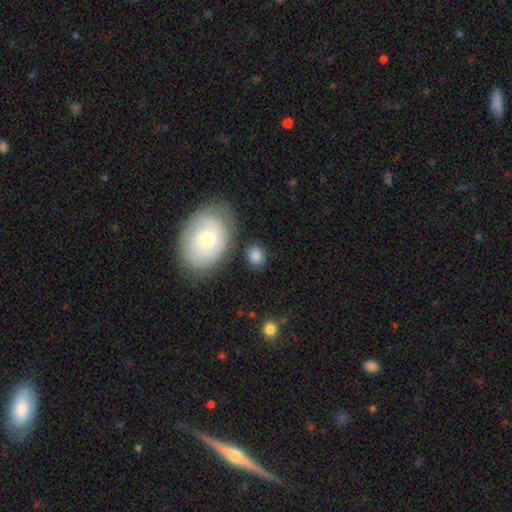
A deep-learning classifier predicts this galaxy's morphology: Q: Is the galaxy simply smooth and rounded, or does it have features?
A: smooth — 81%.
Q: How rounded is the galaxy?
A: round — 61%.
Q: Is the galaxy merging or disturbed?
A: none — 76%.